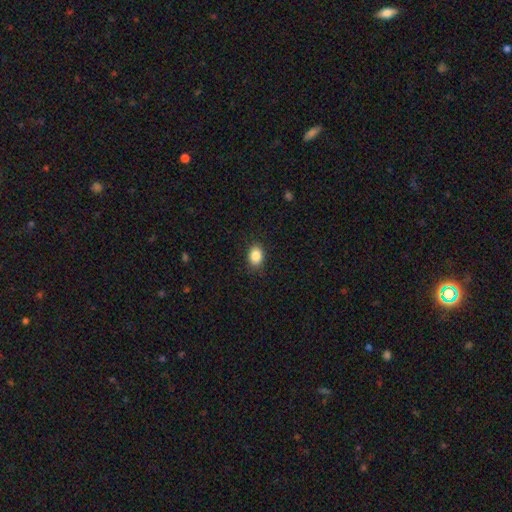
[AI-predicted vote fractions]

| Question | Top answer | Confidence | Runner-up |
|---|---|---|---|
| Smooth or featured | smooth | 87% | star or artifact (9%) |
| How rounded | in between | 71% | round (28%) |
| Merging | none | 87% | minor disturbance (9%) |